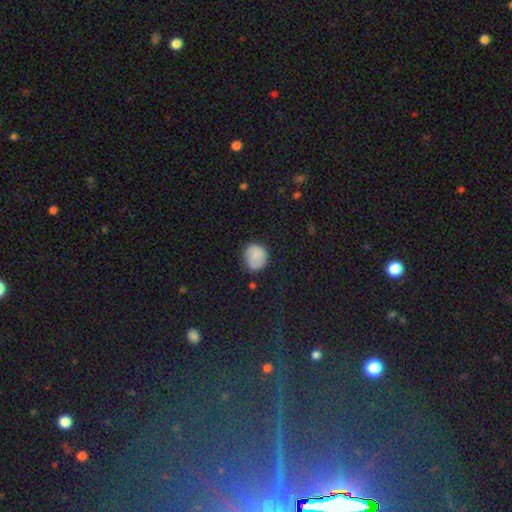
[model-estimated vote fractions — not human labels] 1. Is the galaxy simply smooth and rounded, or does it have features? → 82% smooth, 10% star or artifact, 8% featured or disk.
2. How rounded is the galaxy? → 69% round, 30% in between, 1% cigar-shaped.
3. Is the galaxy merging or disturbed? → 74% none, 20% minor disturbance, 4% major disturbance, 2% merger.